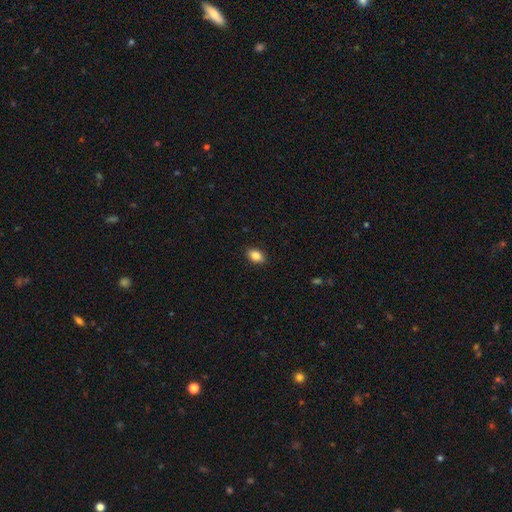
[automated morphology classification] Smooth or featured? smooth (83%)
How rounded? in between (86%)
Merging? none (89%)